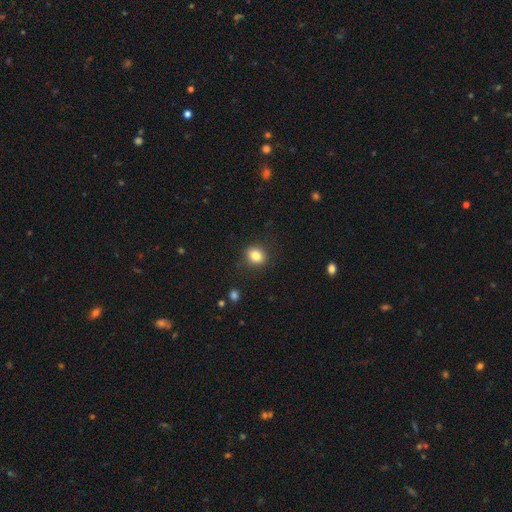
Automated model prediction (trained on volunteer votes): Smooth or featured: smooth — 84% (star or artifact — 10%)
How rounded: round — 67% (in between — 32%)
Merging: none — 86% (minor disturbance — 10%)